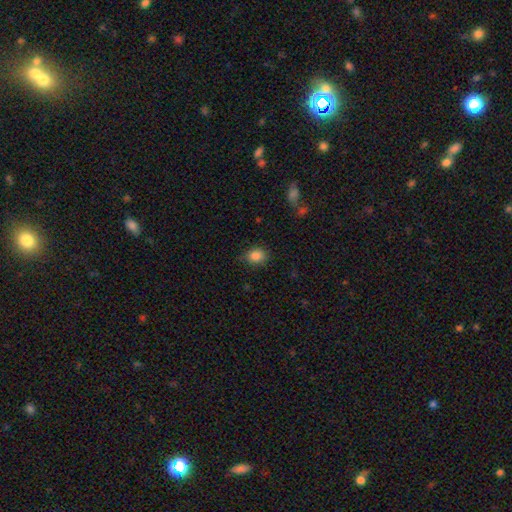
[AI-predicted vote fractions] Smooth or featured: smooth — 86% (star or artifact — 10%)
How rounded: round — 57% (in between — 42%)
Merging: none — 79% (minor disturbance — 15%)